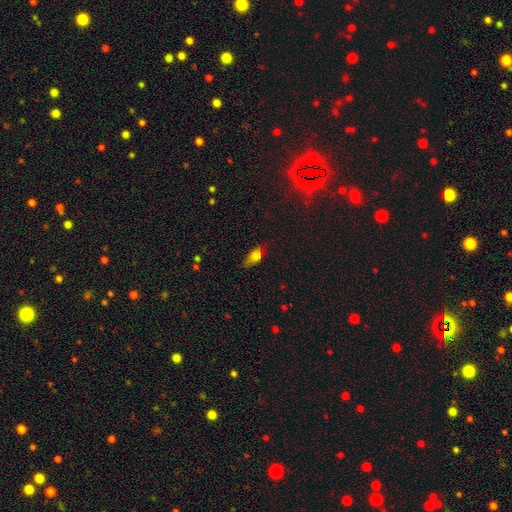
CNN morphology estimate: Smooth or featured?
  - smooth: 67% *
  - featured or disk: 20%
  - star or artifact: 13%
How rounded?
  - in between: 75% *
  - cigar-shaped: 17%
  - round: 9%
Merging?
  - none: 66% *
  - minor disturbance: 25%
  - major disturbance: 7%
  - merger: 2%